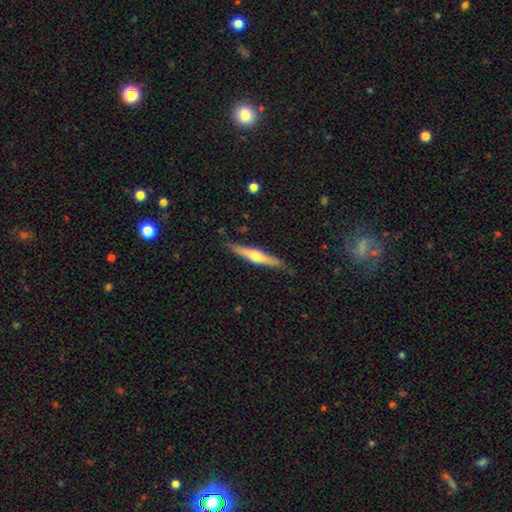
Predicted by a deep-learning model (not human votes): A featured or disk galaxy (65%) viewed edge-on (97%) with a rounded central bulge (91%). Merging: none (87%).